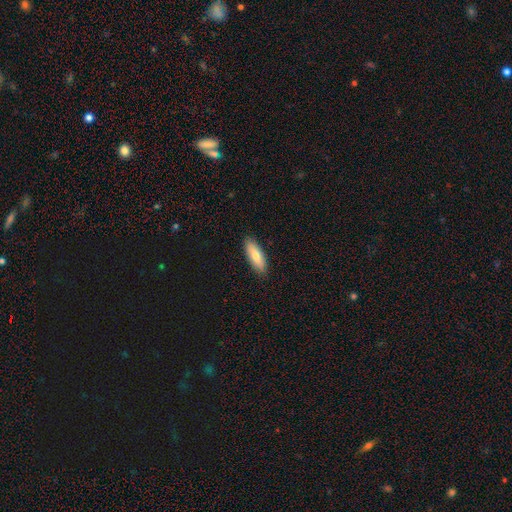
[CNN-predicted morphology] Smooth or featured: smooth — 73% (featured or disk — 21%)
How rounded: in between — 58% (cigar-shaped — 40%)
Merging: none — 89% (minor disturbance — 8%)